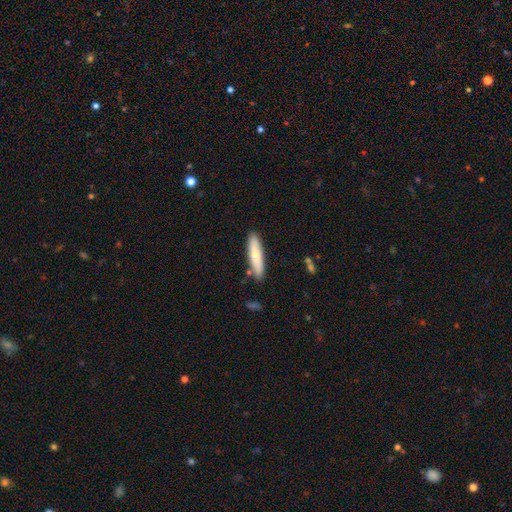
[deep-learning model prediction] Morphology: type=smooth (67%); roundness=cigar-shaped (79%); merging=none (85%).